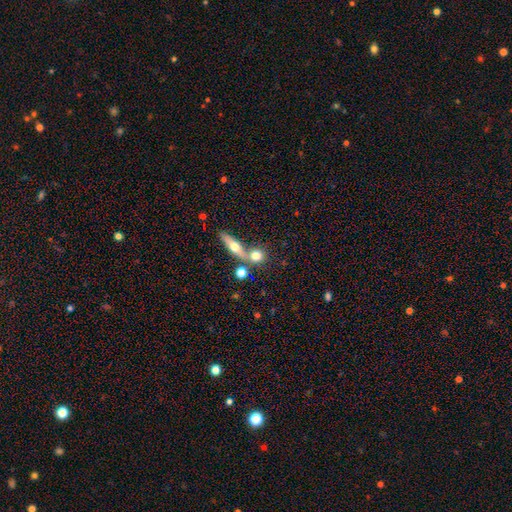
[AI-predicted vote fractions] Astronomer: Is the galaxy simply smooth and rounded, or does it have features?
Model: smooth — 68%.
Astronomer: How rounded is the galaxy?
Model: round — 68%.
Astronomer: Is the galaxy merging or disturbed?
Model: none — 52% (runner-up: merger, 36%).